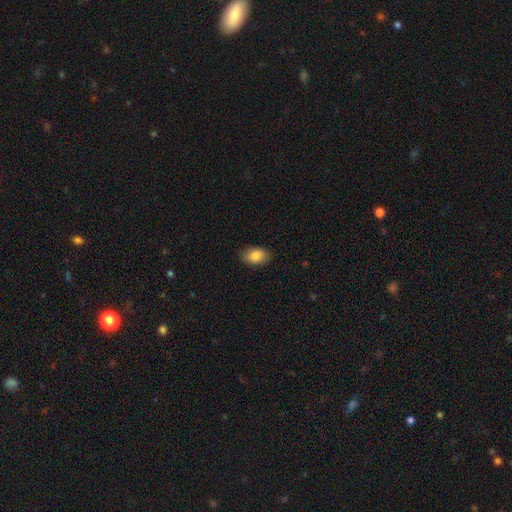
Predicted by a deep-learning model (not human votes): smooth_or_featured: smooth (p=0.84) [alt: featured or disk p=0.09]
how_rounded: in between (p=0.89) [alt: round p=0.10]
merging: none (p=0.87) [alt: minor disturbance p=0.10]